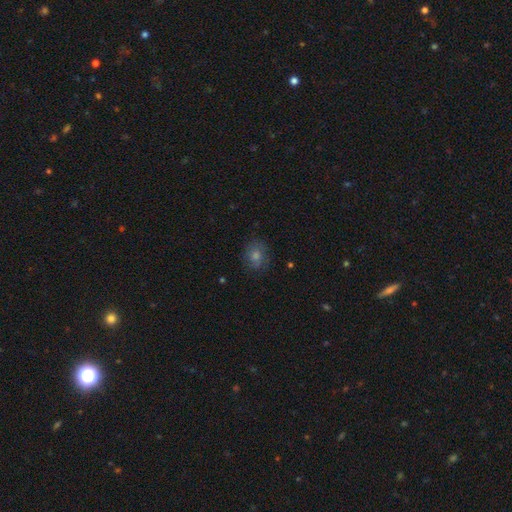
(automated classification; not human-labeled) smooth-or-featured: smooth: 56% | featured or disk: 22% | star or artifact: 21%
  how-rounded: round: 61% | in between: 38% | cigar-shaped: 1%
  merging: none: 80% | minor disturbance: 14% | major disturbance: 4% | merger: 1%